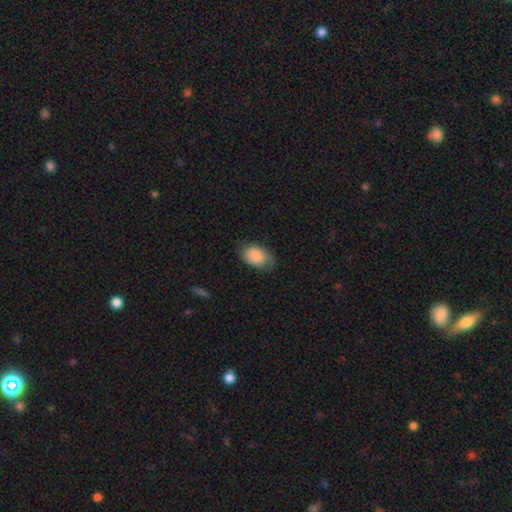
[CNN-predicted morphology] smooth 84%, featured or disk 9%, star or artifact 6%. Down the decision tree: how rounded — in between (86%); merging — none (68%).